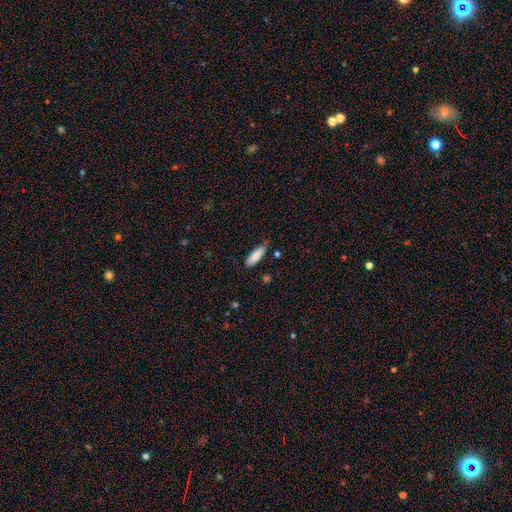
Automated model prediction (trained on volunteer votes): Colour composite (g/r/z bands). It shows a smooth galaxy with no disk features (86%) that is in between round and cigar-shaped (53%). Merging: none (74%).